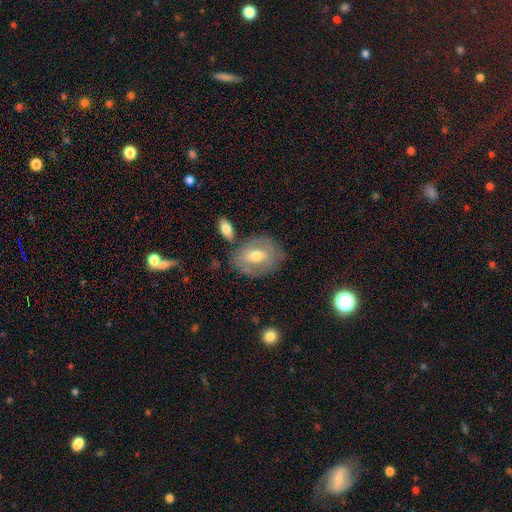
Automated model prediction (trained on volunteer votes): A smooth galaxy with no disk features (47%).

Vote fractions:
- Smooth or featured? smooth: 47% / featured or disk: 45% / star or artifact: 8%
- Merging? none: 71% / minor disturbance: 17% / merger: 6% / major disturbance: 6%